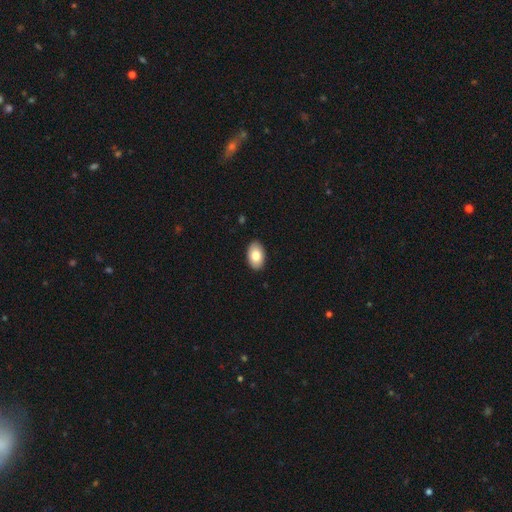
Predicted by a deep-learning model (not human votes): smooth-or-featured: smooth: 81% | featured or disk: 13% | star or artifact: 6%
  how-rounded: in between: 93% | round: 6% | cigar-shaped: 1%
  merging: none: 90% | minor disturbance: 8% | major disturbance: 2% | merger: 1%